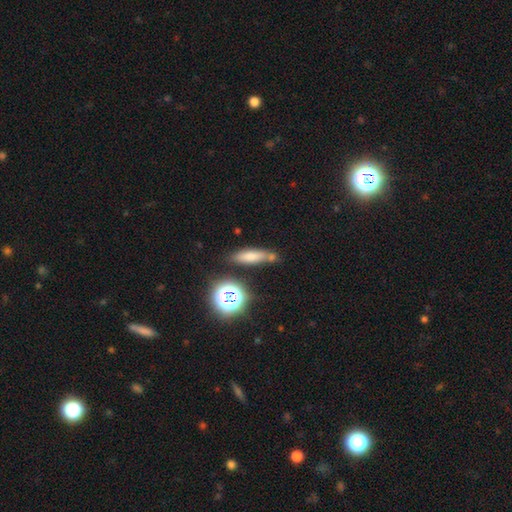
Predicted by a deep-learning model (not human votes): smooth_or_featured: smooth (p=0.39) [alt: featured or disk p=0.31]
merging: none (p=0.76) [alt: minor disturbance p=0.12]